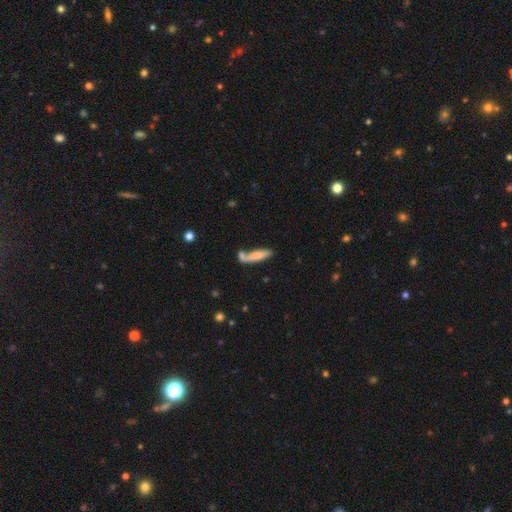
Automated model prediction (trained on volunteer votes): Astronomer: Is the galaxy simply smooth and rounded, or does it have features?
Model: smooth — 72%.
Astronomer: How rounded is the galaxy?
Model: cigar-shaped — 73%.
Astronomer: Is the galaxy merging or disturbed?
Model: none — 45% (runner-up: merger, 32%).